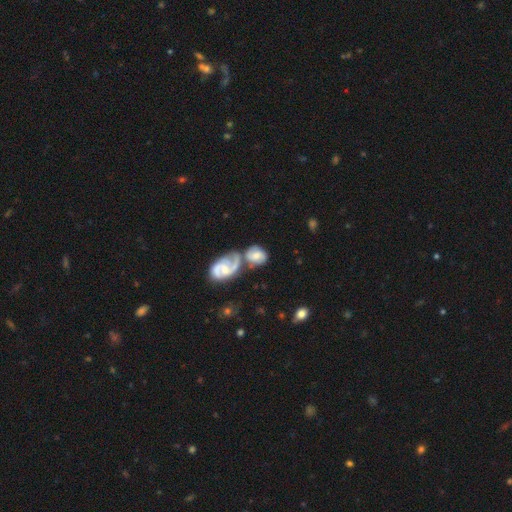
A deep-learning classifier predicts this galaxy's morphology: The model was most divided on "bulge size": moderate: 39%, small: 37%, none: 12%, large: 10%, dominant: 2%. Remaining: edge-on disk — no (96%); spiral arms — yes (84%); merging — merger (59%); smooth or featured — featured or disk (53%); bar — no (50%).